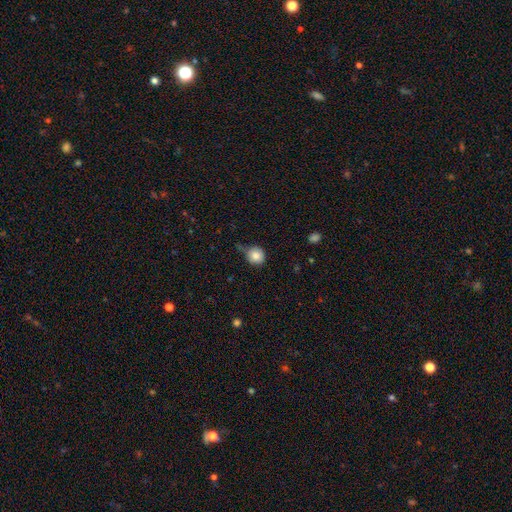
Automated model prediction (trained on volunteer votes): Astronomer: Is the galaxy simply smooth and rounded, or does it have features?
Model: smooth — 84%.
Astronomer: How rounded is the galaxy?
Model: round — 90%.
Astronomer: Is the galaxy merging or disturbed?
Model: none — 61%.